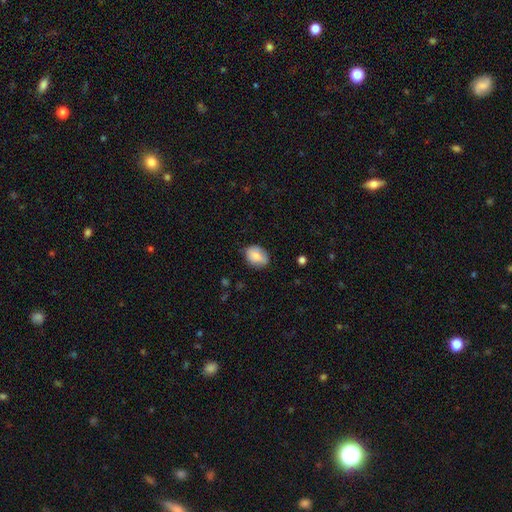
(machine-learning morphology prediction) Q: Smooth or featured?
A: smooth (82%); runner-up: featured or disk (11%)
Q: How rounded?
A: in between (66%); runner-up: round (33%)
Q: Merging?
A: none (72%); runner-up: minor disturbance (23%)